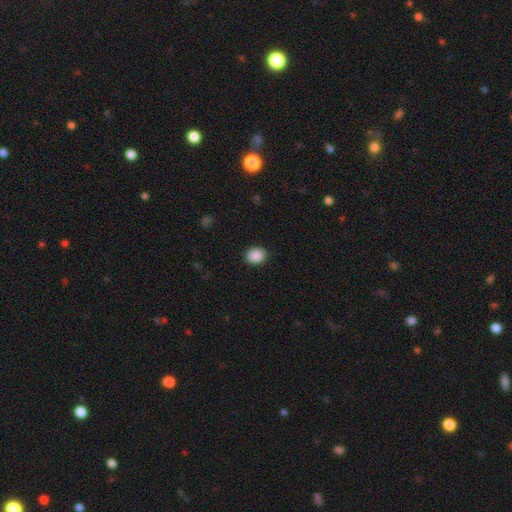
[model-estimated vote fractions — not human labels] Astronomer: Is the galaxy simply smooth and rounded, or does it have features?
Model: smooth — 89%.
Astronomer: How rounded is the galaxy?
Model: round — 63%.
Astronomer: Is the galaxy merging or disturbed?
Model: none — 90%.